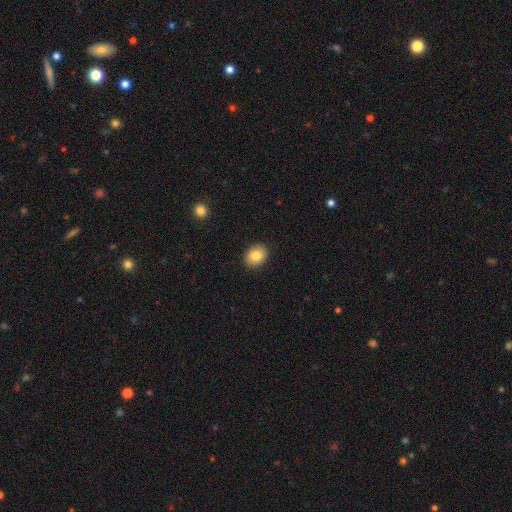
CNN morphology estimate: Smooth or featured?
  - smooth: 85% *
  - star or artifact: 8%
  - featured or disk: 6%
How rounded?
  - in between: 60% *
  - round: 39%
  - cigar-shaped: 1%
Merging?
  - none: 90% *
  - minor disturbance: 7%
  - major disturbance: 2%
  - merger: 1%